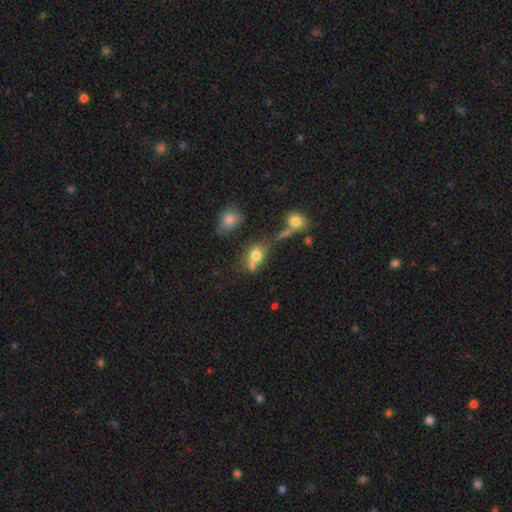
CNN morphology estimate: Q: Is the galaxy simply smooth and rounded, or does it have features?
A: smooth — 73%.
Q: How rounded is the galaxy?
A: in between — 57%.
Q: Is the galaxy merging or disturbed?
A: none — 39%.